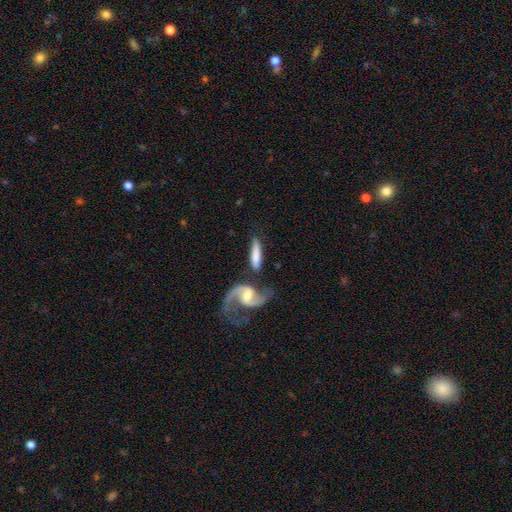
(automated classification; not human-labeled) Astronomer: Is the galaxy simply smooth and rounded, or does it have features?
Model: smooth — 52% (runner-up: featured or disk, 43%).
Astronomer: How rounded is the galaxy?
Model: cigar-shaped — 75%.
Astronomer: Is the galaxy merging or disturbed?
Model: none — 53%.